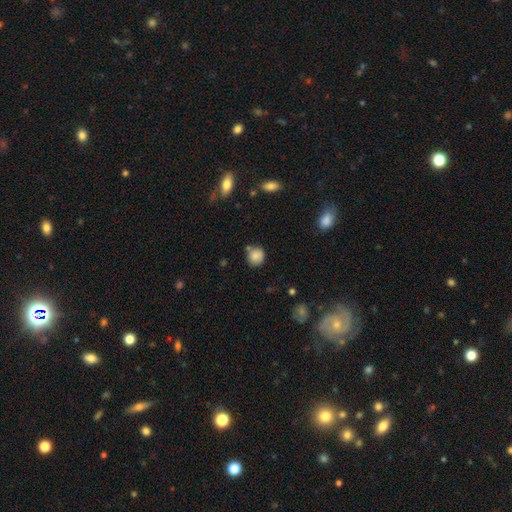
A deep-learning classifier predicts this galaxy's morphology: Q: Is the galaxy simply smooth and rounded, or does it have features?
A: smooth — 84%.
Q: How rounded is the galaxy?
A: round — 84%.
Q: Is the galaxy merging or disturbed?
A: none — 74%.